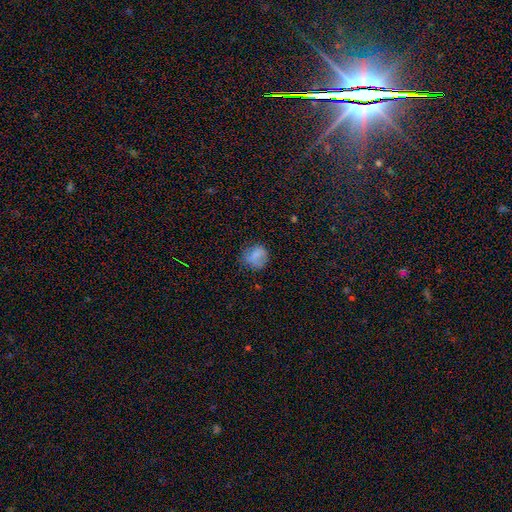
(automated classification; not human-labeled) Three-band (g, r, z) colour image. It shows a smooth galaxy with no disk features (76%) that is round (71%). Merging: none (62%).